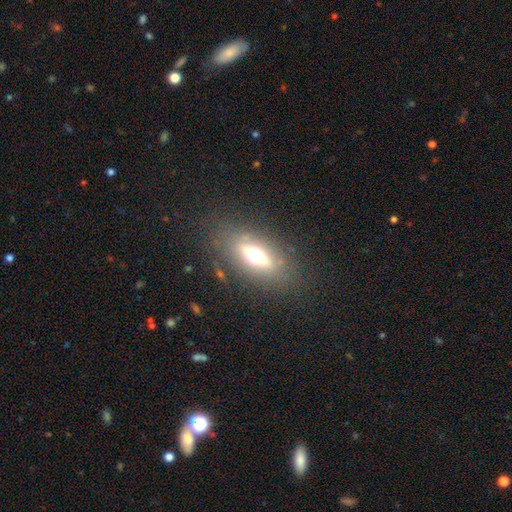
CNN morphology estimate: Overall: featured or disk (46%; smooth 40%). Merging: none (80%).